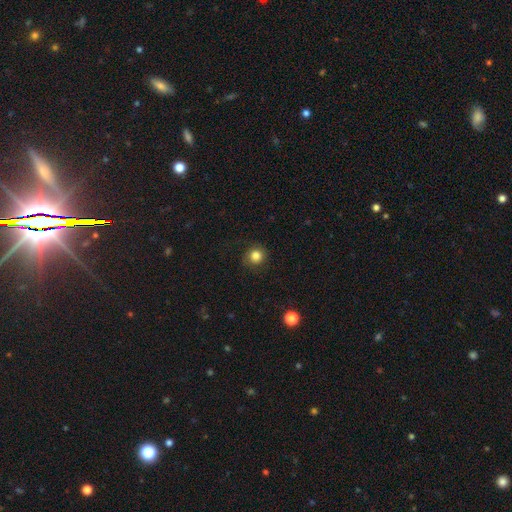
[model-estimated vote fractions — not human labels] The model was most divided on "merging": none: 83%, minor disturbance: 11%, major disturbance: 4%, merger: 1%. More confident: how rounded — round (91%); smooth or featured — smooth (83%).